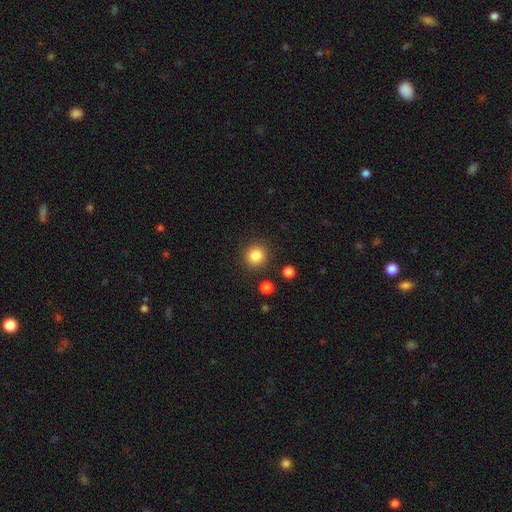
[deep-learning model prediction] Smooth or featured? Predicted: smooth (p=0.84). How rounded? Predicted: round (p=0.91). Merging? Predicted: none (p=0.88).